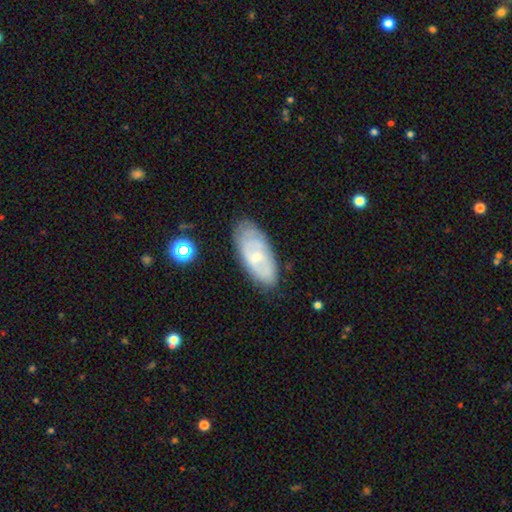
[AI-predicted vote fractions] This is possibly a featured or disk galaxy (56%). It is clearly not viewed edge-on (91%). Bar: possibly no (56%). Spiral arm pattern: likely yes (69%). Central bulge: likely small (61%). Merging: likely none (73%).